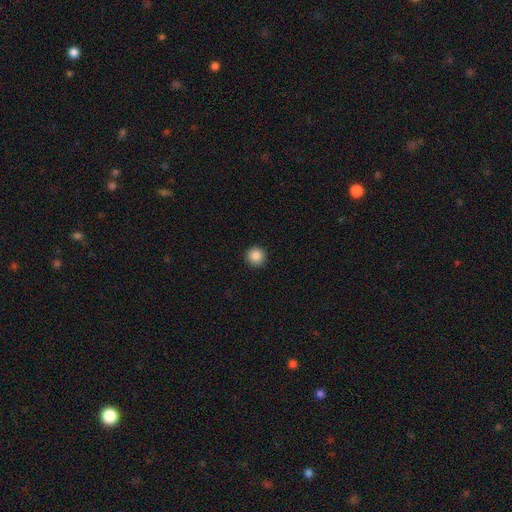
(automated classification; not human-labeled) Overall: smooth (88%). How rounded: round (96%). Merging: none (93%).